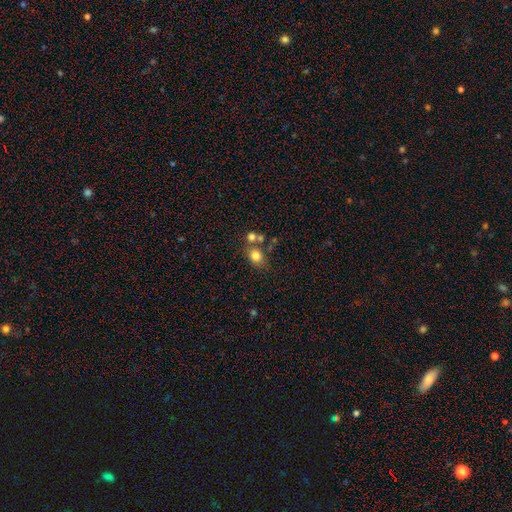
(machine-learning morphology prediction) smooth_or_featured: smooth (p=0.79) [alt: star or artifact p=0.12]
how_rounded: round (p=0.59) [alt: in between p=0.40]
merging: none (p=0.59) [alt: merger p=0.25]